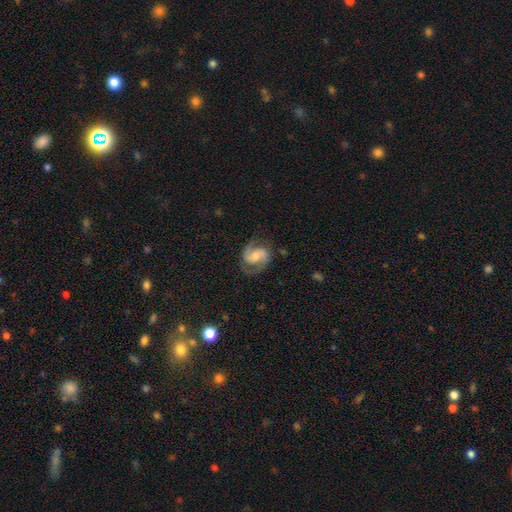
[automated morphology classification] This appears to be a featured or disk galaxy (84%) with no bar (46%), 2 (92%) medium (56%) spiral arms (96%) and a moderate central bulge (54%). Merging: none (76%).